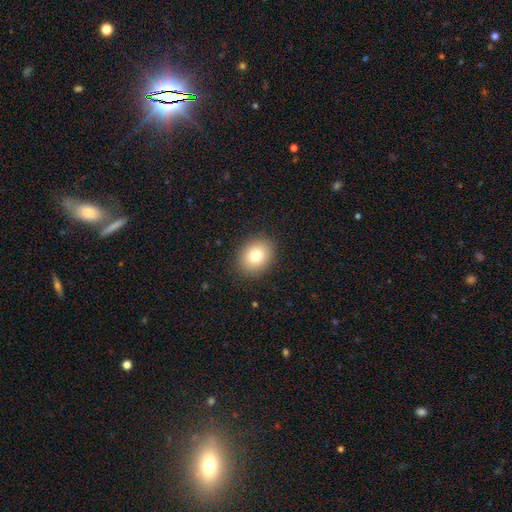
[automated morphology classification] Overall: smooth (79%). How rounded: round (53%; in between 47%). Merging: none (89%).